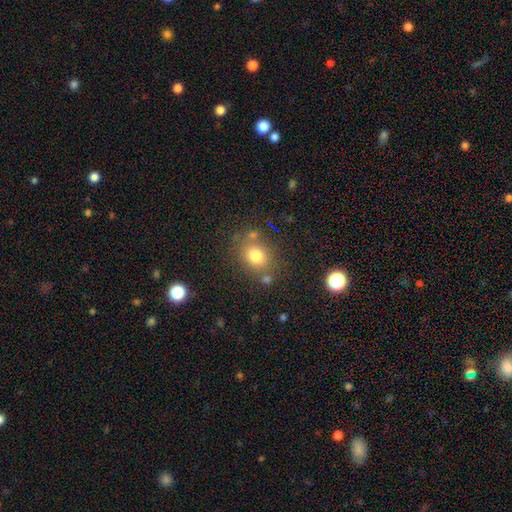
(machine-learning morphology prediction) smooth 77%, star or artifact 13%, featured or disk 10%. Down the decision tree: how rounded — round (61%); merging — none (72%).